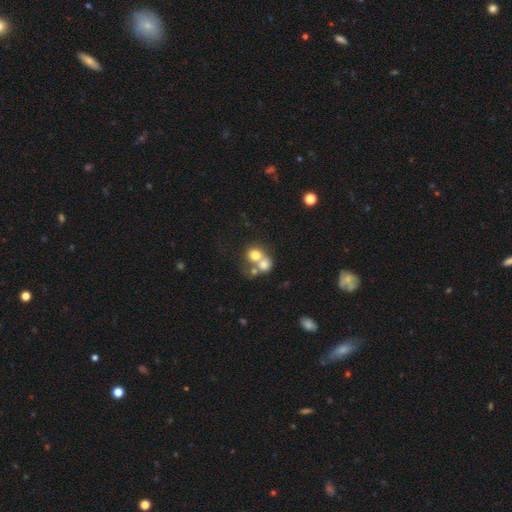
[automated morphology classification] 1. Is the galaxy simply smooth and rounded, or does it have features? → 71% smooth, 18% featured or disk, 12% star or artifact.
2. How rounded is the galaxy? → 79% round, 20% in between, 1% cigar-shaped.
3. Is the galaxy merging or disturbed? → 60% merger, 30% none, 6% minor disturbance, 4% major disturbance.